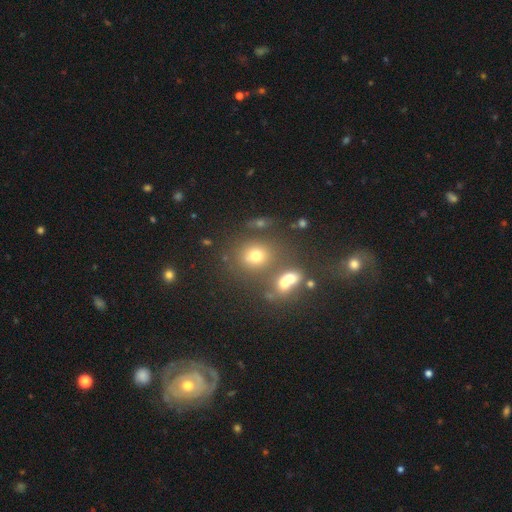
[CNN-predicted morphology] The model was most divided on "merging": none: 62%, merger: 20%, minor disturbance: 12%, major disturbance: 6%. More confident: how rounded — round (74%); smooth or featured — smooth (69%).